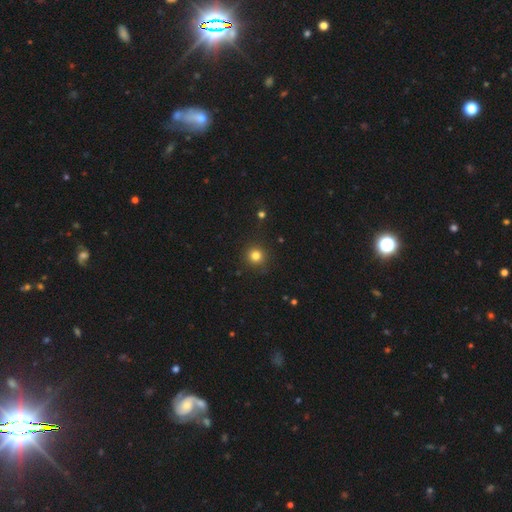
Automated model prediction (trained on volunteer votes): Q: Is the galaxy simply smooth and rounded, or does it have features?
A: smooth — 81%.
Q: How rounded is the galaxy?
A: round — 94%.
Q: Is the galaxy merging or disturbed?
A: none — 90%.